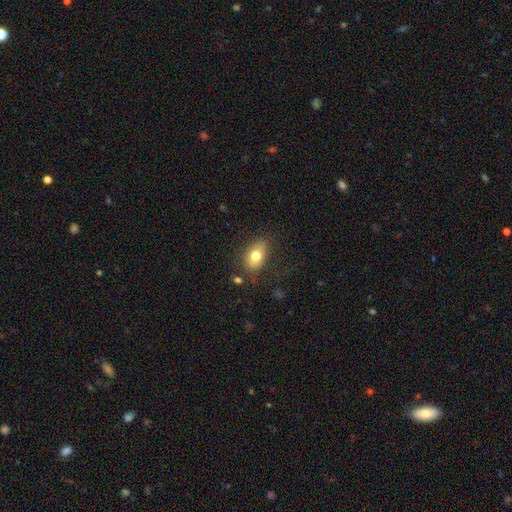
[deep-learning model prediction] Overall: smooth (74%). How rounded: in between (80%). Merging: none (76%).